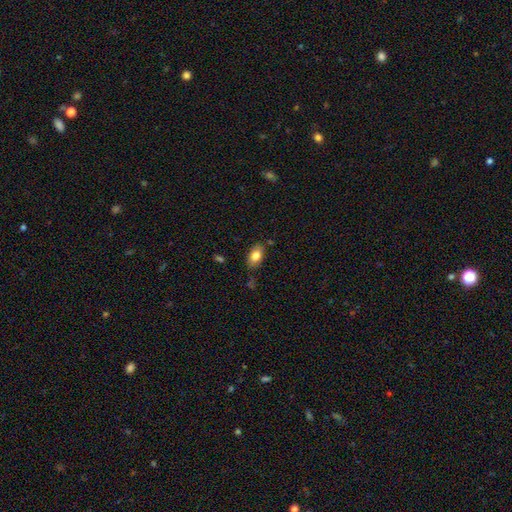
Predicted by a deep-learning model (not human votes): Smooth or featured? smooth (81%)
How rounded? in between (88%)
Merging? none (77%)